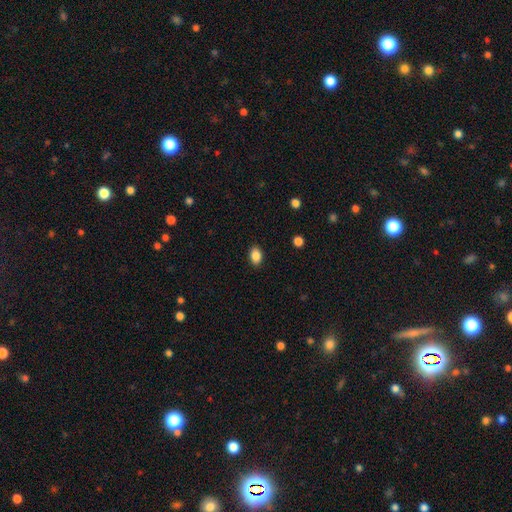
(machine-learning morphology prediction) Smooth or featured? smooth (87%)
How rounded? in between (82%)
Merging? none (89%)